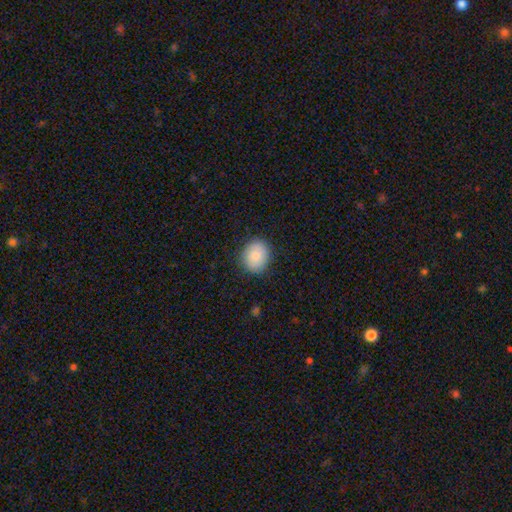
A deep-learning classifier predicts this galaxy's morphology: Smooth or featured? Predicted: smooth (p=0.85). How rounded? Predicted: round (p=0.69). Merging? Predicted: none (p=0.87).